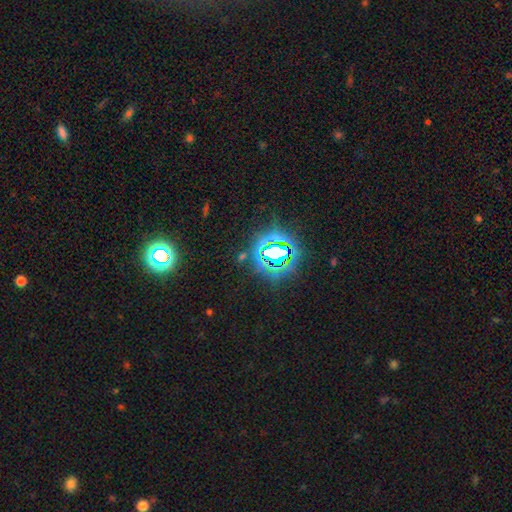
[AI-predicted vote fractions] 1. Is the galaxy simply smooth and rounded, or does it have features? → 82% star or artifact, 12% smooth, 6% featured or disk.